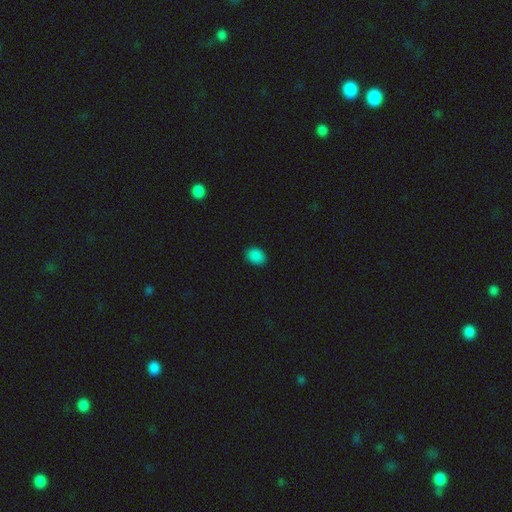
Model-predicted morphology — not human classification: smooth 86%, star or artifact 12%, featured or disk 2%. Down the decision tree: how rounded — in between (67%); merging — none (88%).